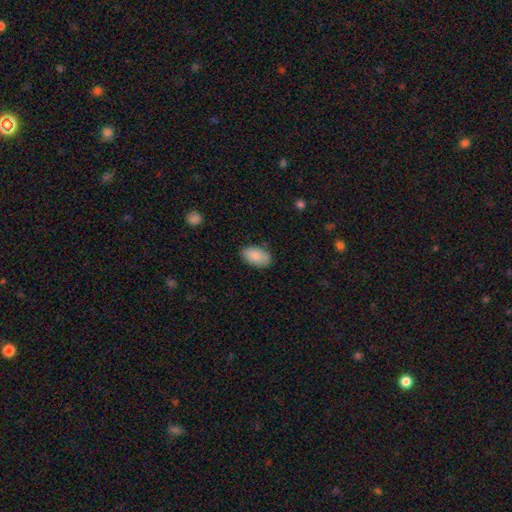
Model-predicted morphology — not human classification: Smooth or featured? smooth (87%)
How rounded? in between (94%)
Merging? none (83%)